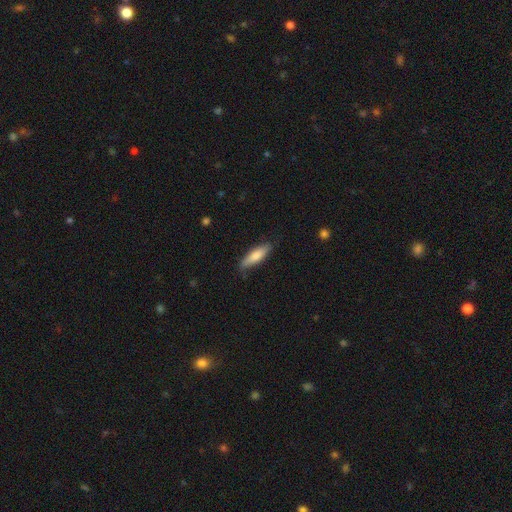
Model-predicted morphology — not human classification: This is likely a smooth galaxy (75%). How rounded: likely cigar-shaped (61%). Merging: likely none (78%).